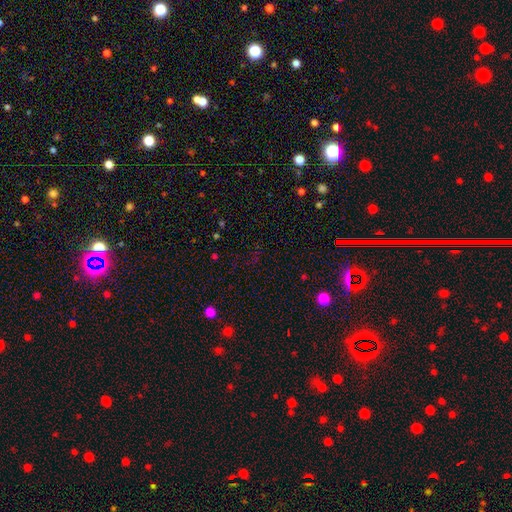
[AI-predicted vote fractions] Smooth or featured? star or artifact (65%)